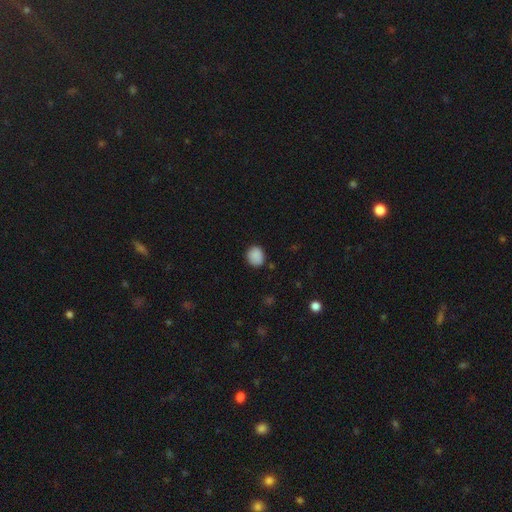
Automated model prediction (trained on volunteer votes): Smooth or featured? smooth (88%)
How rounded? round (64%)
Merging? none (83%)